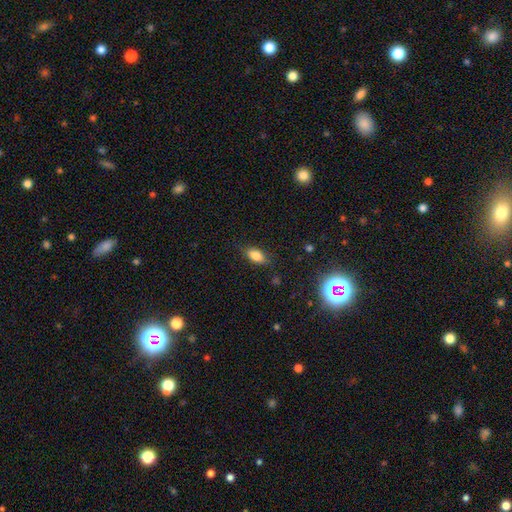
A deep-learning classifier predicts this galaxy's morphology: This is clearly a smooth galaxy (83%). How rounded: clearly in between (86%). Merging: likely none (80%).